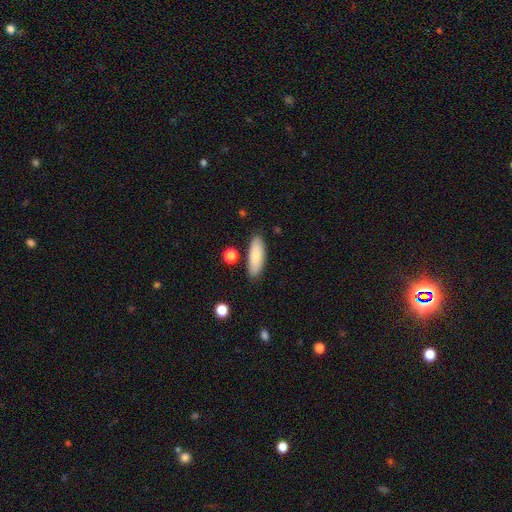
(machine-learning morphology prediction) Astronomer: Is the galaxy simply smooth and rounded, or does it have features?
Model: smooth — 79%.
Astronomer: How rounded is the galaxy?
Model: in between — 60% (runner-up: cigar-shaped, 38%).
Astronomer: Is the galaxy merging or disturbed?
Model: none — 85%.